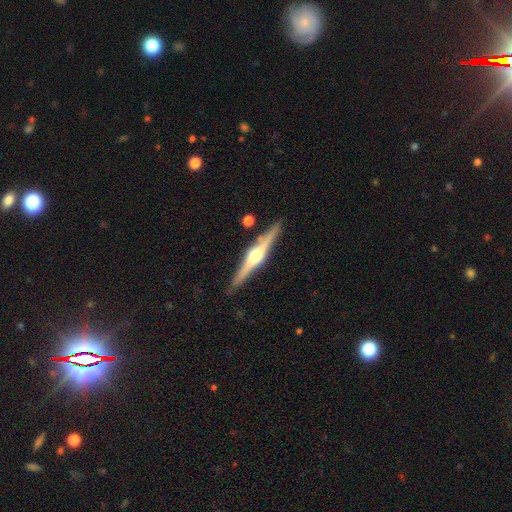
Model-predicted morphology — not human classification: featured or disk 80%, smooth 15%, star or artifact 5%. Down the decision tree: edge-on disk — yes (98%); edge-on bulge — rounded (94%); merging — none (87%).